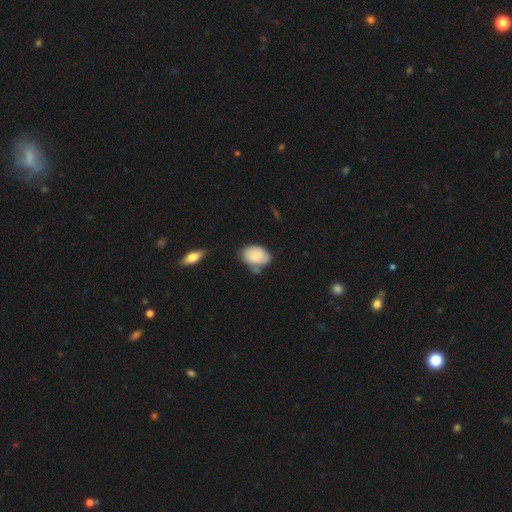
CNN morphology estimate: This is clearly a smooth galaxy (82%). How rounded: clearly in between (80%). Merging: possibly none (51%).